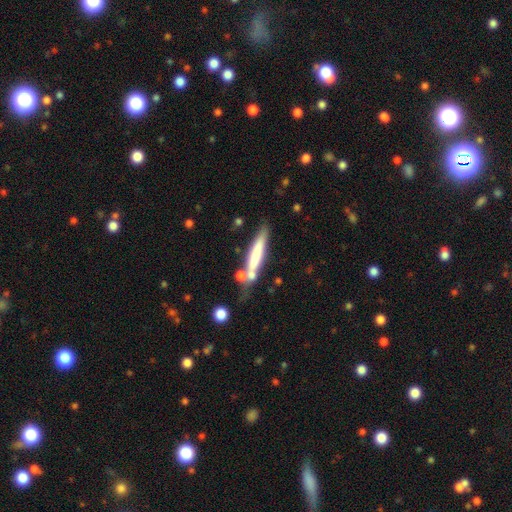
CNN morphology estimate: Smooth or featured: smooth — 59% (featured or disk — 34%)
How rounded: cigar-shaped — 90% (in between — 9%)
Merging: none — 54% (merger — 21%)